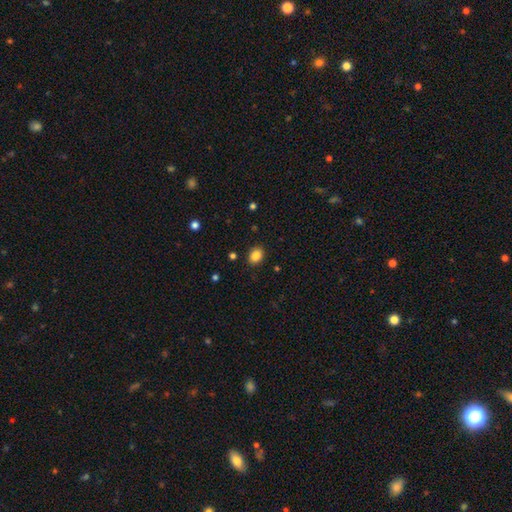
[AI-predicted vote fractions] Smooth or featured?
  - smooth: 86% *
  - star or artifact: 10%
  - featured or disk: 4%
How rounded?
  - in between: 59% *
  - round: 40%
  - cigar-shaped: 1%
Merging?
  - none: 87% *
  - minor disturbance: 9%
  - major disturbance: 3%
  - merger: 1%